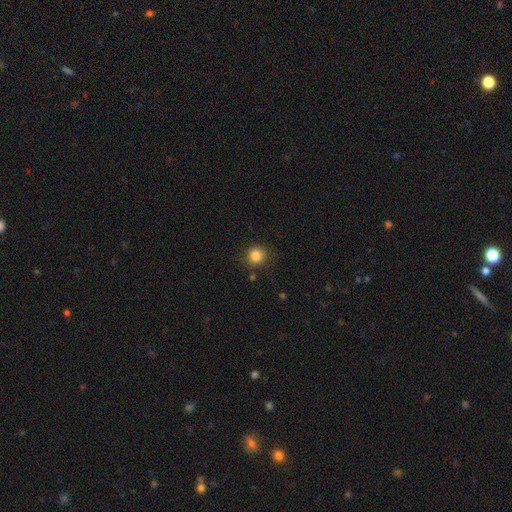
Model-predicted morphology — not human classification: This appears to be a smooth galaxy with no disk features (85%) that is round (88%). Merging: none (84%).